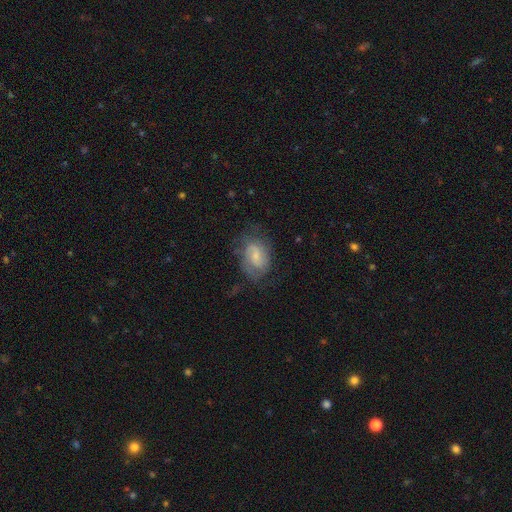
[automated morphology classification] Overall: featured or disk (55%; smooth 37%). Edge-on disk: no (97%). Bar: weak (48%; no 41%). Spiral arms: yes (82%). Bulge size: small (53%; moderate 31%). Merging: none (58%; minor disturbance 25%).